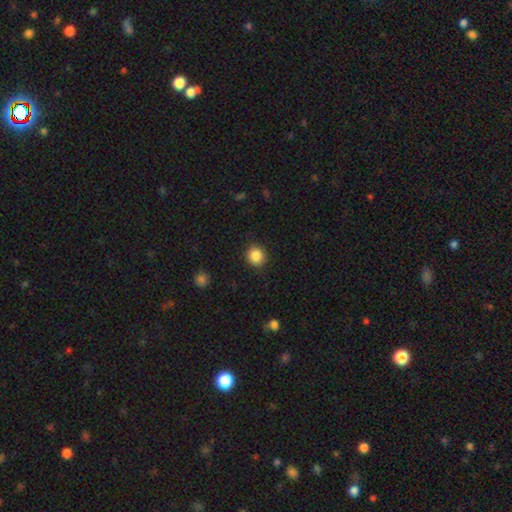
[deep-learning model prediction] This is clearly a smooth galaxy (87%). How rounded: clearly round (86%). Merging: clearly none (88%).